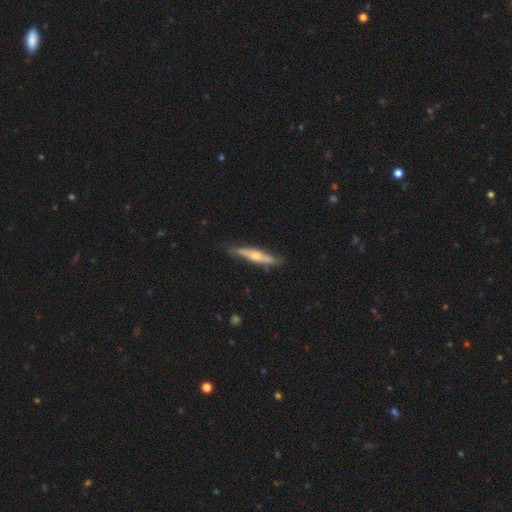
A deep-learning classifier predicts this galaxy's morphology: The model was most divided on "smooth or featured": featured or disk: 60%, smooth: 35%, star or artifact: 5%. More confident: edge-on disk — yes (89%); edge-on bulge — rounded (88%); merging — none (76%).